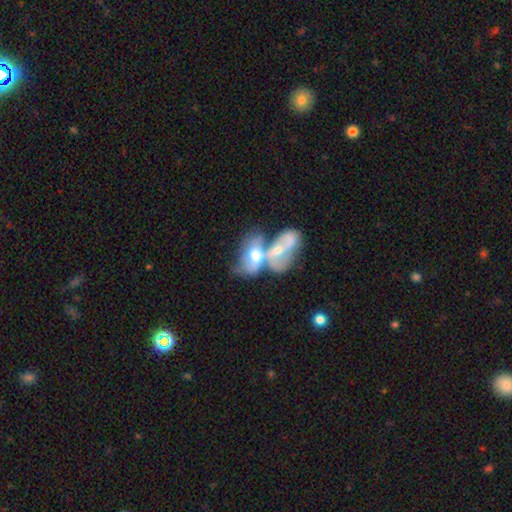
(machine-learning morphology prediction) Q: Smooth or featured?
A: featured or disk (56%); runner-up: smooth (36%)
Q: Edge-on disk?
A: no (92%); runner-up: yes (8%)
Q: Bar?
A: no (68%); runner-up: weak (24%)
Q: Spiral arms?
A: no (60%); runner-up: yes (40%)
Q: Bulge size?
A: moderate (61%); runner-up: small (20%)
Q: Merging?
A: merger (76%); runner-up: none (9%)